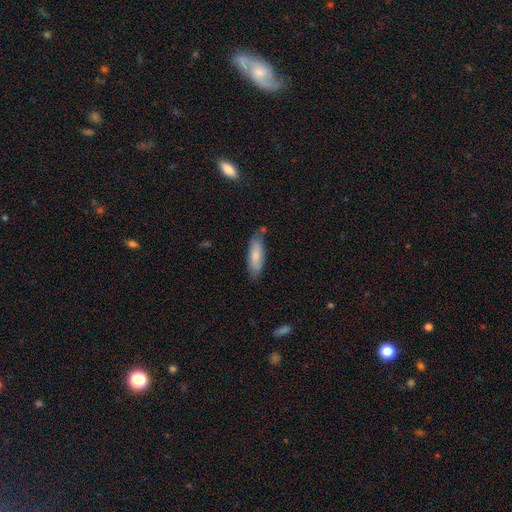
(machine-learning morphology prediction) Q: Smooth or featured?
A: smooth (78%); runner-up: featured or disk (16%)
Q: How rounded?
A: cigar-shaped (51%); runner-up: in between (47%)
Q: Merging?
A: none (68%); runner-up: minor disturbance (23%)